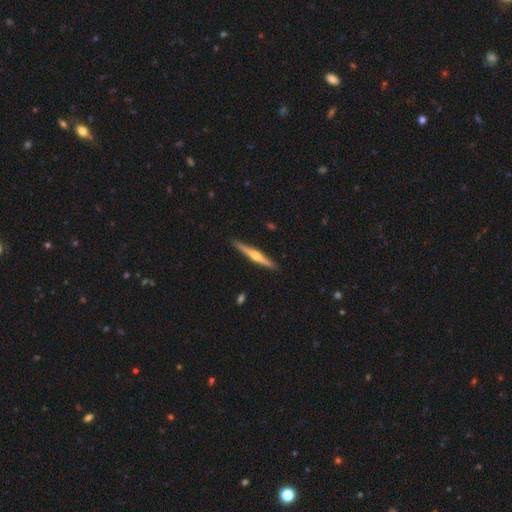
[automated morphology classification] Smooth or featured? Predicted: featured or disk (p=0.70). Edge-on disk? Predicted: yes (p=0.98). Edge-on bulge? Predicted: rounded (p=0.91). Merging? Predicted: none (p=0.91).